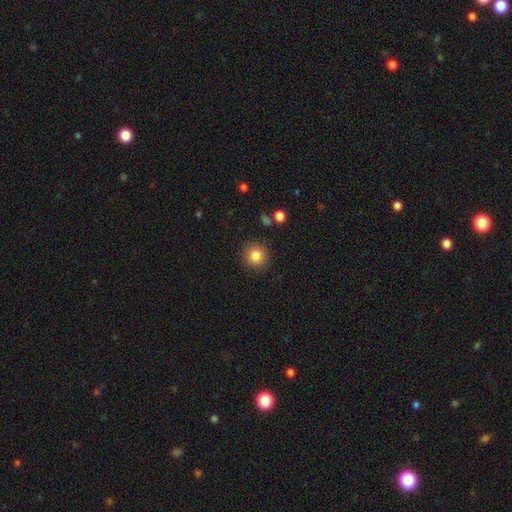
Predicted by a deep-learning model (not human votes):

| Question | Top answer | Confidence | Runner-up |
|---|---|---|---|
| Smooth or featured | smooth | 84% | star or artifact (10%) |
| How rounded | round | 91% | in between (8%) |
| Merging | none | 89% | minor disturbance (7%) |